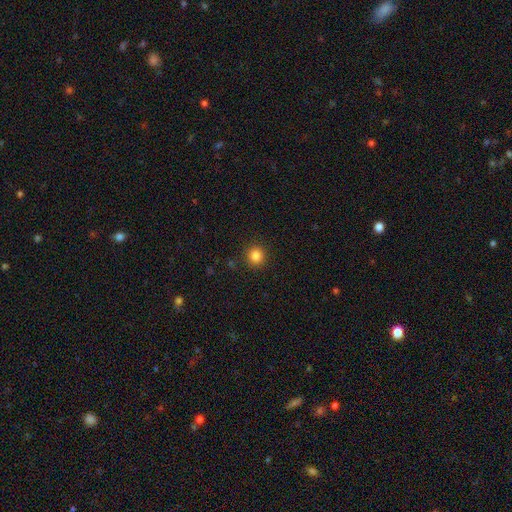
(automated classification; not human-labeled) This appears to be a smooth galaxy with no disk features (84%) that is round (93%). Merging: none (91%).